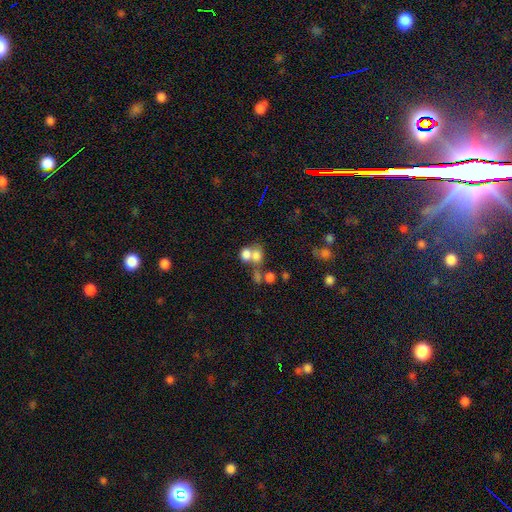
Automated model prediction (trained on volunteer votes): This appears to be a smooth galaxy with no disk features (68%) that is round (55%). Merging: merger (57%).